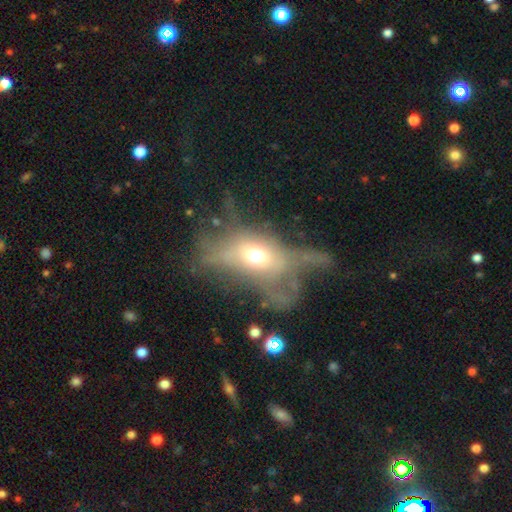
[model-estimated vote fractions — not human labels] A featured or disk galaxy (50%). Merging: major disturbance (66%).